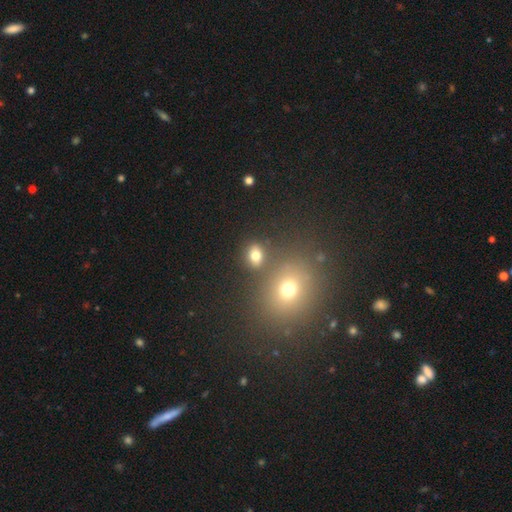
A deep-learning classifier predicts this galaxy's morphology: smooth_or_featured: smooth (p=0.76) [alt: star or artifact p=0.15]
how_rounded: in between (p=0.58) [alt: round p=0.40]
merging: none (p=0.72) [alt: merger p=0.13]